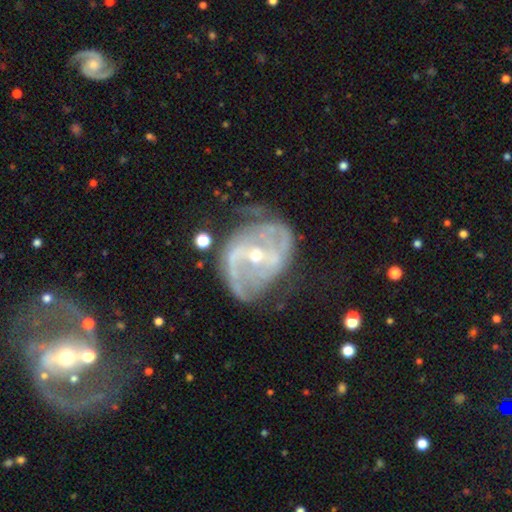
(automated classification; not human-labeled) Smooth or featured? Predicted: featured or disk (p=0.88). Edge-on disk? Predicted: no (p=0.97). Bar? Predicted: weak (p=0.42). Spiral arms? Predicted: yes (p=0.92). Spiral winding? Predicted: medium (p=0.45). Spiral arm count? Predicted: 2 (p=0.73). Bulge size? Predicted: small (p=0.56). Merging? Predicted: none (p=0.55).